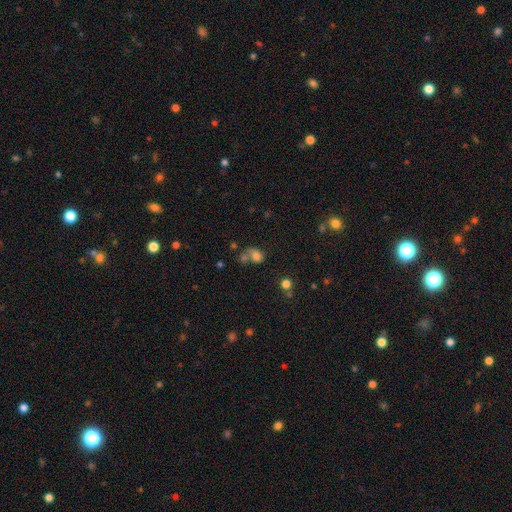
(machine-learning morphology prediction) The model was most divided on "merging": merger: 38%, none: 29%, major disturbance: 16%, minor disturbance: 16%. More confident: smooth or featured — smooth (70%); how rounded — in between (65%).